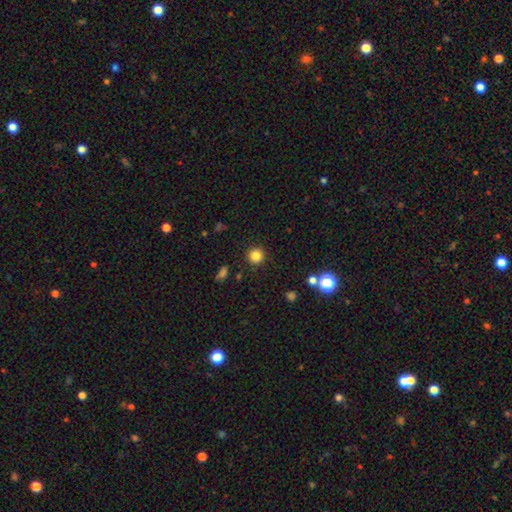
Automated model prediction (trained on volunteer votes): A smooth galaxy with no disk features (83%) that is round (94%).

Vote fractions:
- Smooth or featured? smooth: 83% / star or artifact: 12% / featured or disk: 5%
- How rounded? round: 94% / in between: 5% / cigar-shaped: 1%
- Merging? none: 91% / minor disturbance: 5% / major disturbance: 2% / merger: 1%